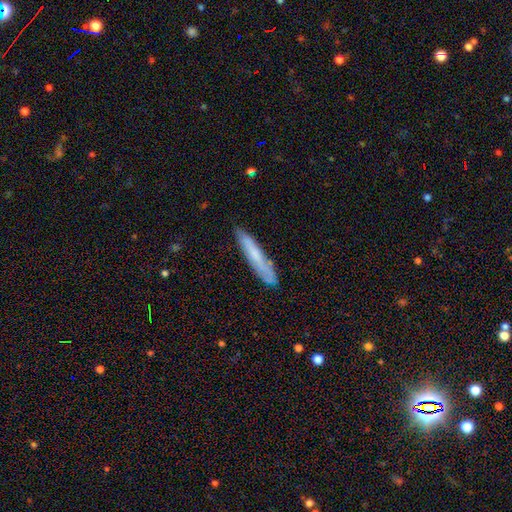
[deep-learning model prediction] Smooth or featured: smooth — 58% (featured or disk — 35%)
How rounded: cigar-shaped — 92% (in between — 6%)
Merging: none — 79% (minor disturbance — 16%)